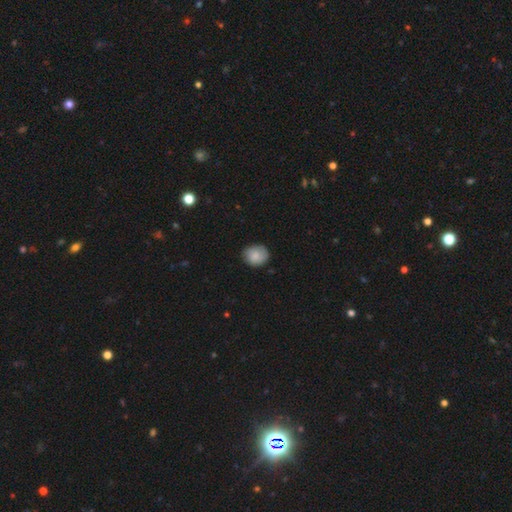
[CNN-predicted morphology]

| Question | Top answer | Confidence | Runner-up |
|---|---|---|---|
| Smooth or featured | smooth | 82% | featured or disk (11%) |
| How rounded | round | 66% | in between (33%) |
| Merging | none | 78% | minor disturbance (18%) |